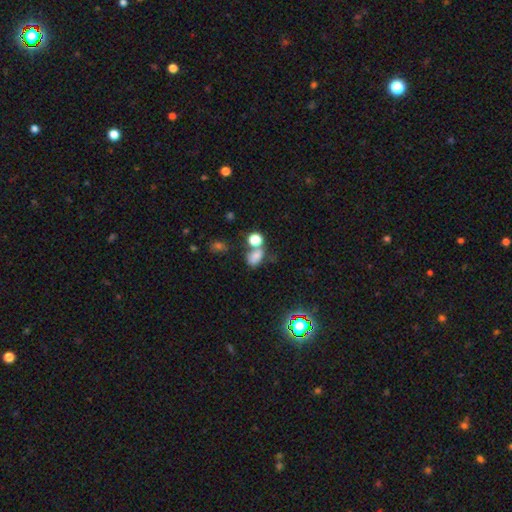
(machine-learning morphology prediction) Smooth or featured?
  - smooth: 71% *
  - star or artifact: 19%
  - featured or disk: 10%
How rounded?
  - in between: 71% *
  - round: 27%
  - cigar-shaped: 2%
Merging?
  - none: 41% *
  - merger: 35%
  - minor disturbance: 15%
  - major disturbance: 9%